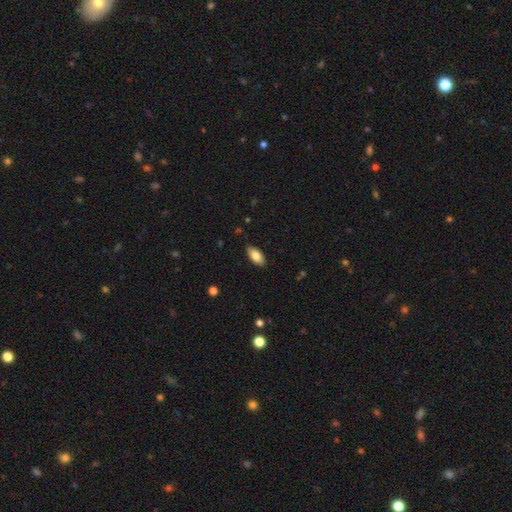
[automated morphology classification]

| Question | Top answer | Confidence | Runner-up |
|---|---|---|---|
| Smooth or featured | smooth | 82% | featured or disk (12%) |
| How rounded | in between | 91% | cigar-shaped (7%) |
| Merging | none | 87% | minor disturbance (10%) |